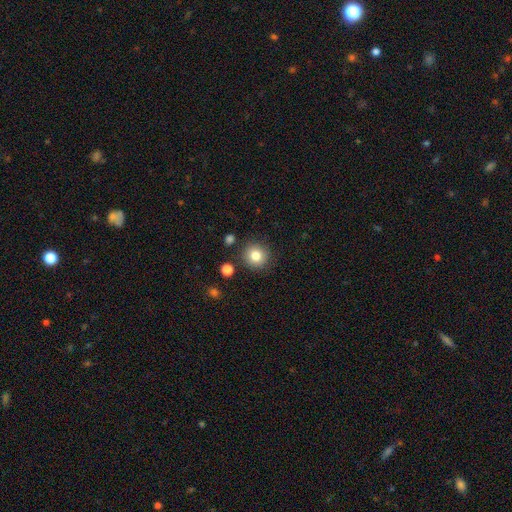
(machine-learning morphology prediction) Smooth or featured? Predicted: smooth (p=0.82). How rounded? Predicted: round (p=0.92). Merging? Predicted: none (p=0.86).